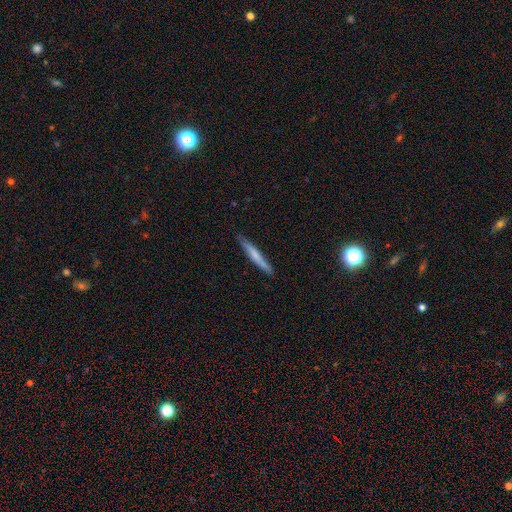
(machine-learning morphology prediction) This is likely a smooth galaxy (61%). How rounded: clearly cigar-shaped (95%). Merging: clearly none (87%).